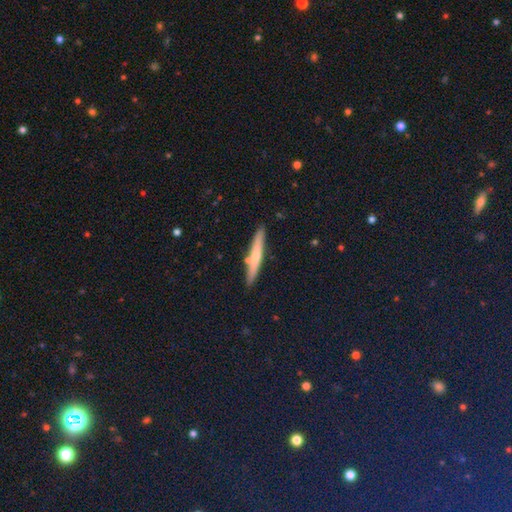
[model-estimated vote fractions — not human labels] This appears to be a smooth galaxy with no disk features (55%) that is cigar-shaped (94%). Merging: none (83%).